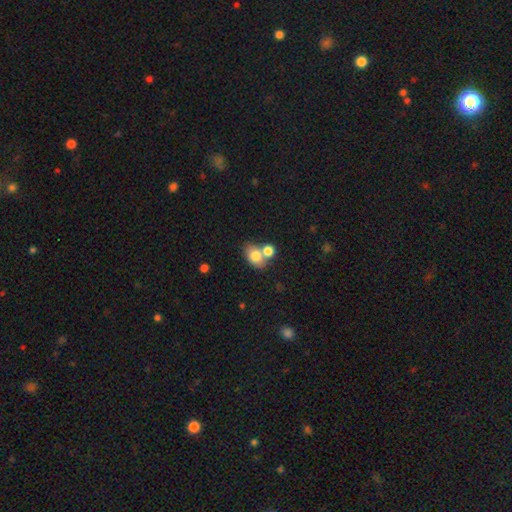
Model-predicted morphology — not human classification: Overall: smooth (77%). How rounded: in between (66%; round 32%). Merging: none (44%; merger 41%).